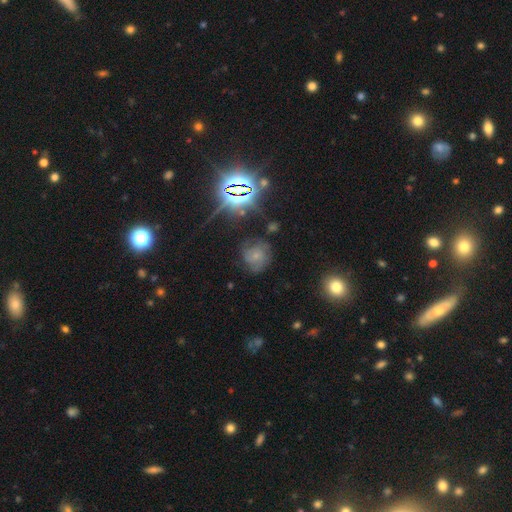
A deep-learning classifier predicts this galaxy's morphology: Smooth or featured?
  - smooth: 41% *
  - featured or disk: 36%
  - star or artifact: 24%
Merging?
  - none: 64% *
  - minor disturbance: 22%
  - major disturbance: 11%
  - merger: 3%